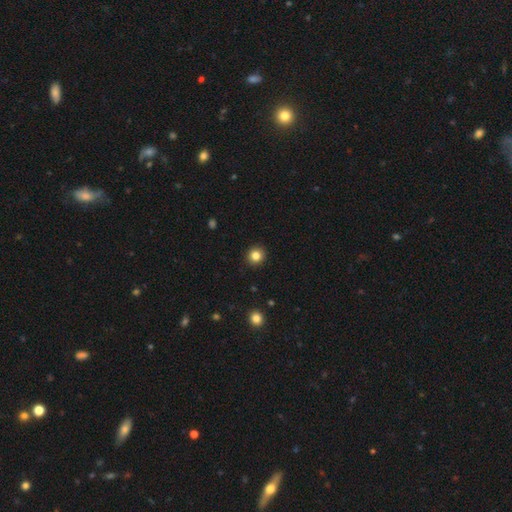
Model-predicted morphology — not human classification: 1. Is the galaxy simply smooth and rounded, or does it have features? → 83% smooth, 12% star or artifact, 6% featured or disk.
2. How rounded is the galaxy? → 92% round, 7% in between, 1% cigar-shaped.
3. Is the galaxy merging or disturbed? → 92% none, 5% minor disturbance, 2% major disturbance, 1% merger.